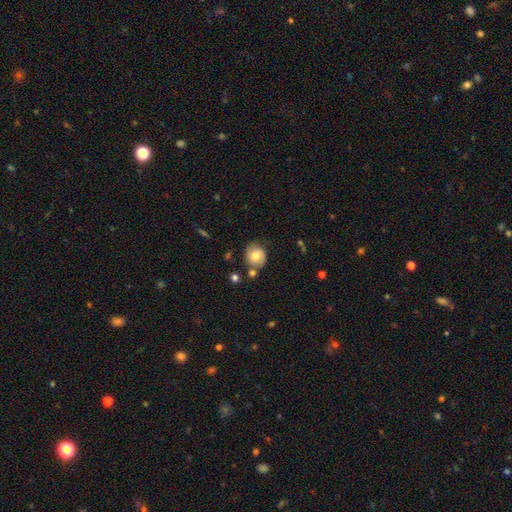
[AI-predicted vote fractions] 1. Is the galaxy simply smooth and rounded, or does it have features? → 68% smooth, 24% featured or disk, 9% star or artifact.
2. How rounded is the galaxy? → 82% round, 17% in between, 1% cigar-shaped.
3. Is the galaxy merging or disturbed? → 69% none, 18% minor disturbance, 8% merger, 5% major disturbance.